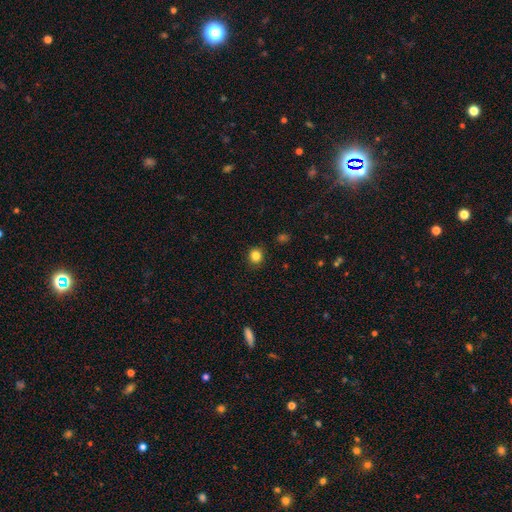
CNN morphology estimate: Smooth or featured: smooth — 84% (star or artifact — 12%)
How rounded: round — 84% (in between — 15%)
Merging: none — 90% (minor disturbance — 7%)